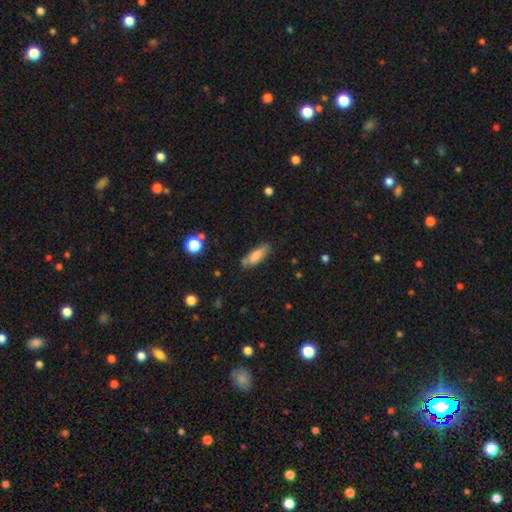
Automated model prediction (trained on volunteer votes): Overall: smooth (79%). How rounded: in between (66%; cigar-shaped 32%). Merging: none (70%).